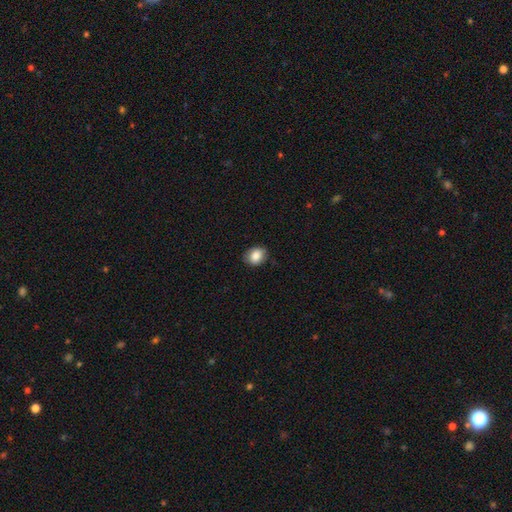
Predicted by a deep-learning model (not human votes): The model was most divided on "how rounded": in between: 53%, round: 46%, cigar-shaped: 1%. More confident: smooth or featured — smooth (85%); merging — none (83%).